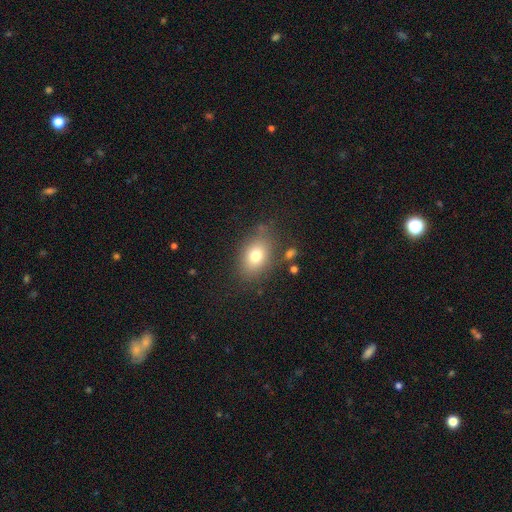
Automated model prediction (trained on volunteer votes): A smooth galaxy with no disk features (76%) that is in between round and cigar-shaped (75%).

Vote fractions:
- Smooth or featured? smooth: 76% / featured or disk: 13% / star or artifact: 11%
- How rounded? in between: 75% / round: 24% / cigar-shaped: 1%
- Merging? none: 76% / minor disturbance: 15% / major disturbance: 5% / merger: 3%